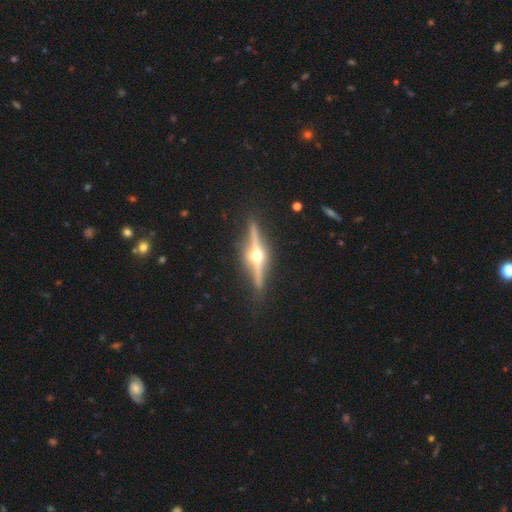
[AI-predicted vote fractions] This appears to be a featured or disk galaxy (85%) viewed edge-on (97%) with a rounded central bulge (97%). Merging: none (90%).